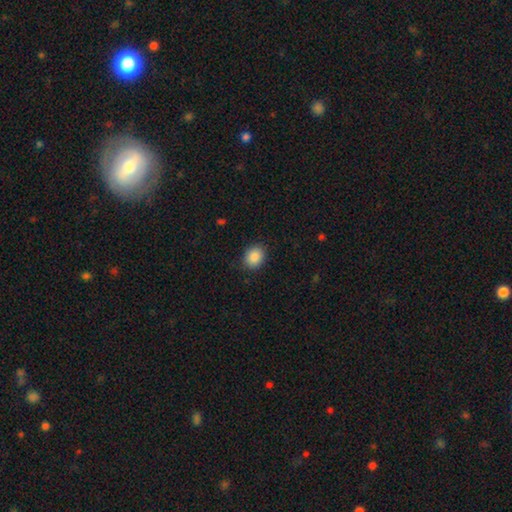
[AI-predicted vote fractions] Smooth or featured? smooth (88%)
How rounded? round (56%)
Merging? none (87%)